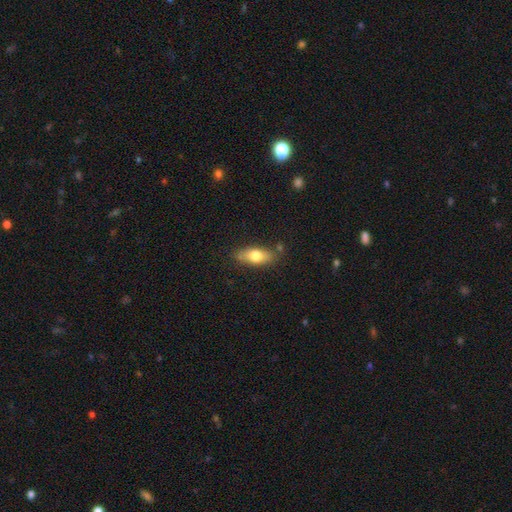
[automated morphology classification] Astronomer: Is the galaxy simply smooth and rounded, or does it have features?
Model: smooth — 71%.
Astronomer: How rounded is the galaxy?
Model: in between — 77%.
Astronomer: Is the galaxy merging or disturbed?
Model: none — 77%.